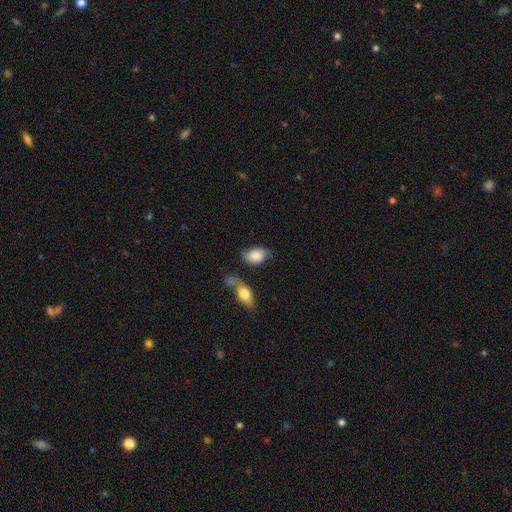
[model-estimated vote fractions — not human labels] Smooth or featured: smooth — 81% (featured or disk — 13%)
How rounded: in between — 88% (round — 10%)
Merging: none — 59% (minor disturbance — 25%)